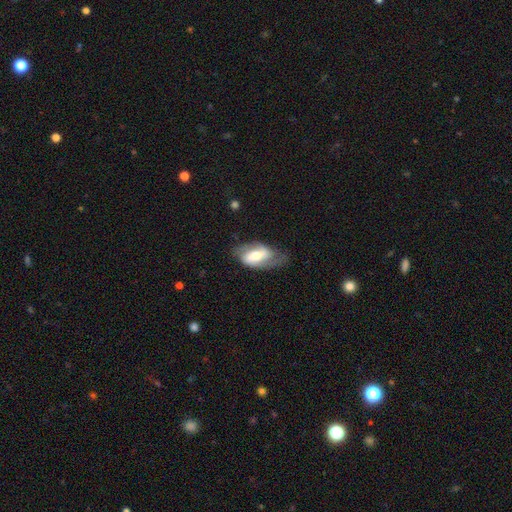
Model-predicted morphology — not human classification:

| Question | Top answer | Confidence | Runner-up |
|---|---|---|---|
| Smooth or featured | featured or disk | 58% | smooth (35%) |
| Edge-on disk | no | 91% | yes (9%) |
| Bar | strong | 40% | weak (35%) |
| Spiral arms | yes | 73% | no (27%) |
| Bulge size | moderate | 61% | small (23%) |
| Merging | none | 53% | minor disturbance (30%) |